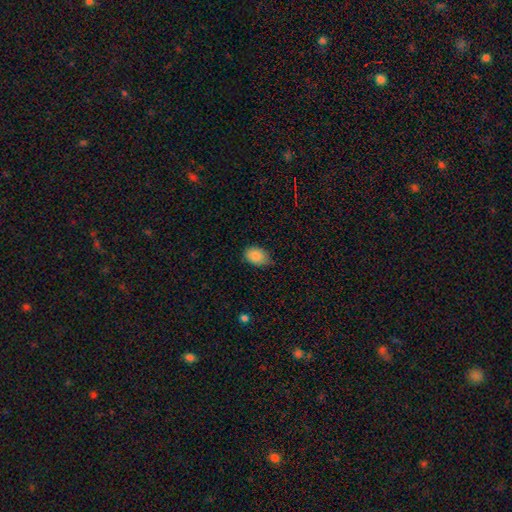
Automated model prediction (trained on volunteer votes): This is clearly a smooth galaxy (87%). How rounded: clearly in between (81%). Merging: likely none (63%).